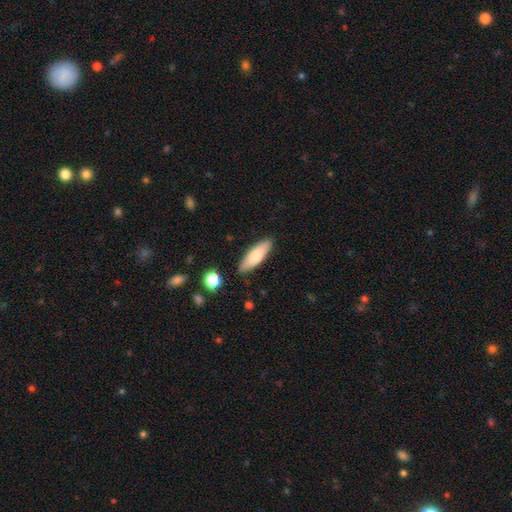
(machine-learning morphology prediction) smooth_or_featured: smooth (p=0.76) [alt: featured or disk p=0.18]
how_rounded: in between (p=0.50) [alt: cigar-shaped p=0.48]
merging: none (p=0.87) [alt: minor disturbance p=0.10]